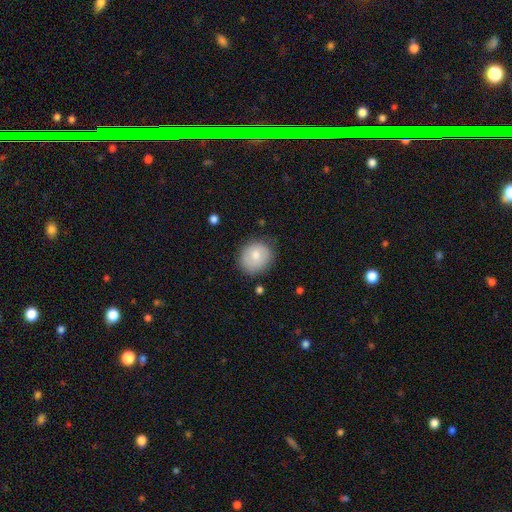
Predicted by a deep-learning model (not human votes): Q: Smooth or featured?
A: smooth (76%); runner-up: featured or disk (16%)
Q: How rounded?
A: round (75%); runner-up: in between (24%)
Q: Merging?
A: none (77%); runner-up: minor disturbance (16%)